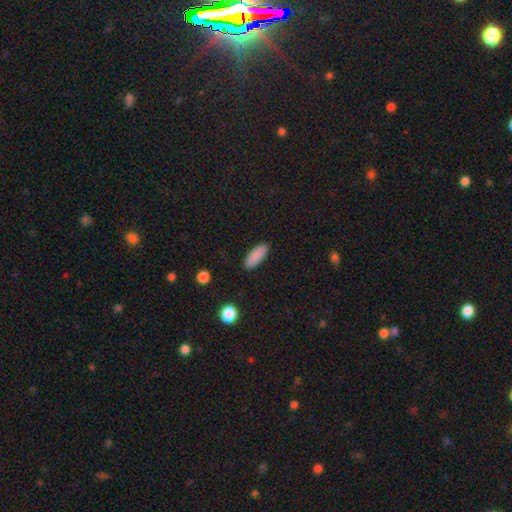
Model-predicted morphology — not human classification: smooth_or_featured: smooth (p=0.89) [alt: star or artifact p=0.07]
how_rounded: in between (p=0.69) [alt: cigar-shaped p=0.29]
merging: none (p=0.89) [alt: minor disturbance p=0.08]